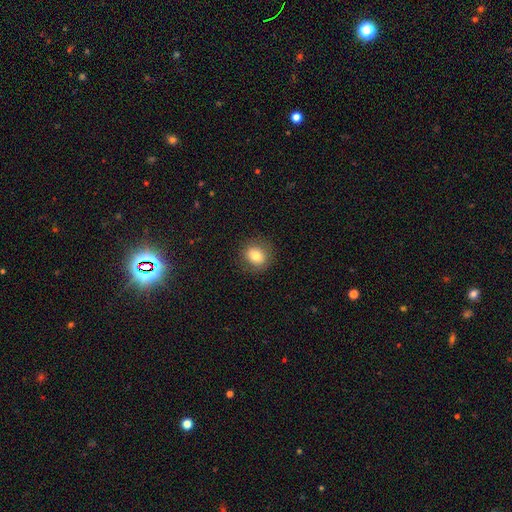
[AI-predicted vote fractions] smooth-or-featured: smooth: 79% | featured or disk: 11% | star or artifact: 10%
  how-rounded: round: 68% | in between: 30% | cigar-shaped: 1%
  merging: none: 86% | minor disturbance: 10% | major disturbance: 3% | merger: 1%